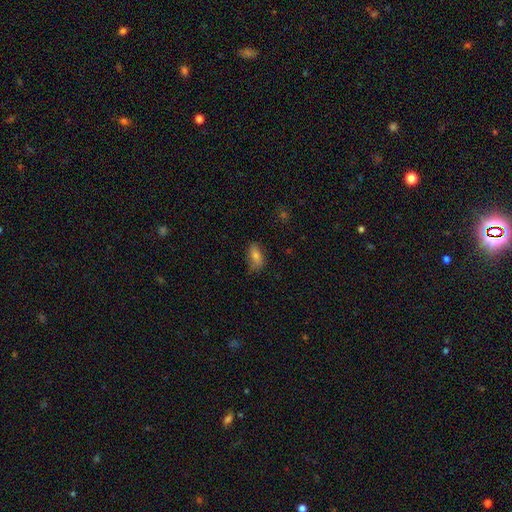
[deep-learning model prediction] smooth_or_featured: smooth (p=0.73) [alt: featured or disk p=0.16]
how_rounded: in between (p=0.83) [alt: cigar-shaped p=0.11]
merging: none (p=0.68) [alt: minor disturbance p=0.25]